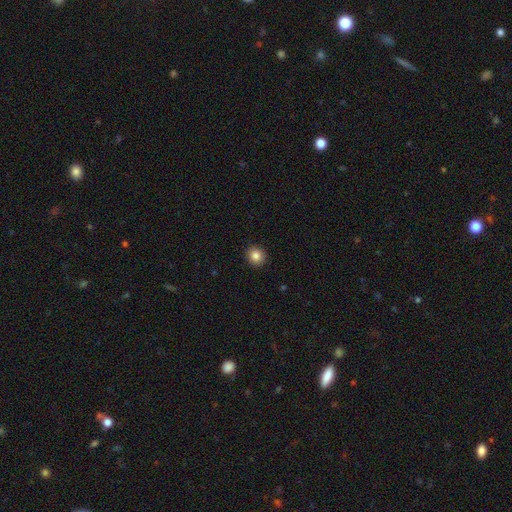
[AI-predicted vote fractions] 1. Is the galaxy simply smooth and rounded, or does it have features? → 85% smooth, 10% star or artifact, 5% featured or disk.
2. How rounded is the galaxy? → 88% round, 11% in between, 1% cigar-shaped.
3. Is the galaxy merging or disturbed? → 92% none, 5% minor disturbance, 2% major disturbance, 1% merger.